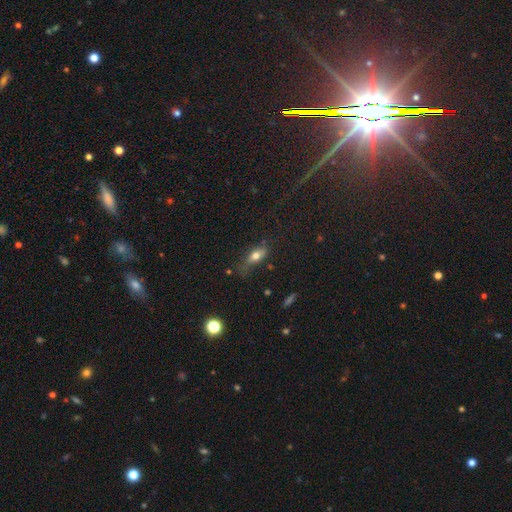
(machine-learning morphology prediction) This is likely a smooth galaxy (68%). How rounded: likely in between (69%). Merging: possibly none (47%).